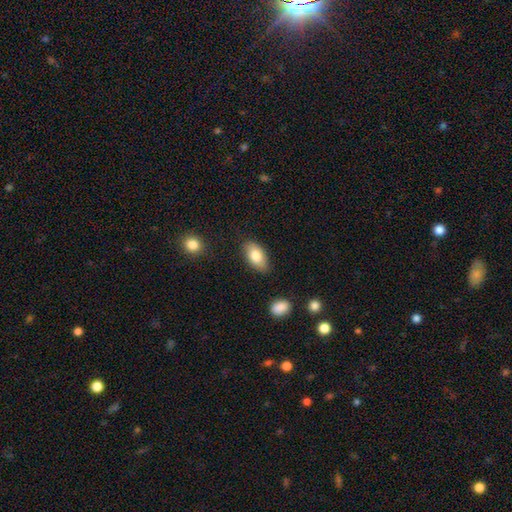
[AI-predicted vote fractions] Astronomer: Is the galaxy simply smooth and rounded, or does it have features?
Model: smooth — 80%.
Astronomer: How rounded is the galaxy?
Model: in between — 92%.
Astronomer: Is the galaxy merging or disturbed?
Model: none — 82%.